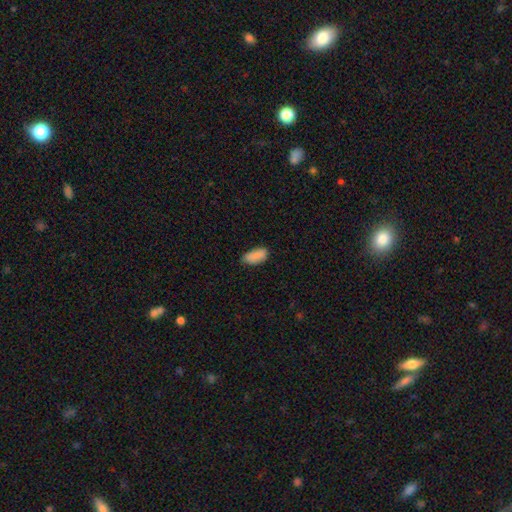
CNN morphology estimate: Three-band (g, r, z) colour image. It shows a smooth galaxy with no disk features (88%) that is in between round and cigar-shaped (89%). Merging: none (74%).